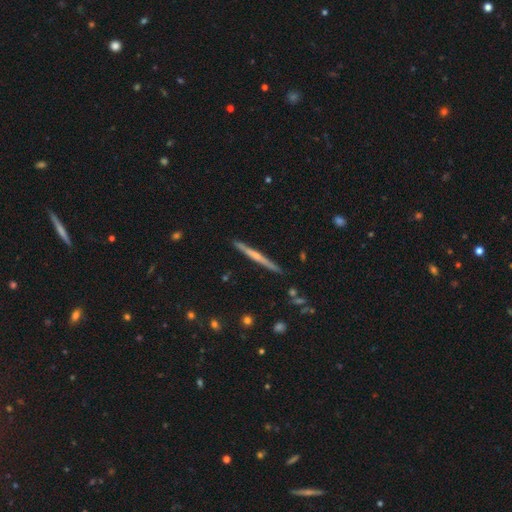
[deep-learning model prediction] Smooth or featured?
  - featured or disk: 65% *
  - smooth: 28%
  - star or artifact: 6%
Edge-on disk?
  - yes: 98% *
  - no: 2%
Edge-on bulge?
  - rounded: 49% *
  - none: 44%
  - boxy: 7%
Merging?
  - none: 90% *
  - minor disturbance: 7%
  - merger: 1%
  - major disturbance: 1%